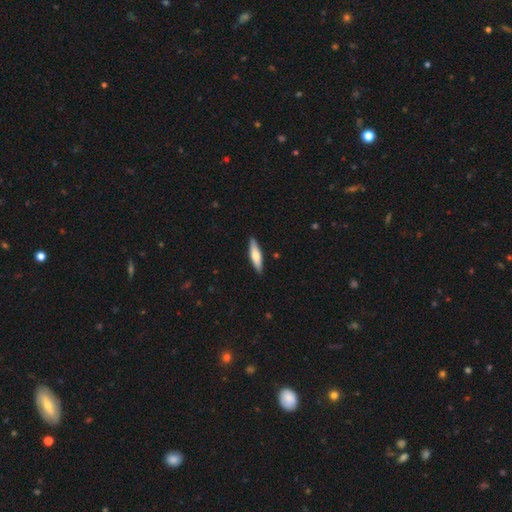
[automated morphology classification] The model was most divided on "smooth or featured": smooth: 59%, featured or disk: 36%, star or artifact: 5%. More confident: merging — none (89%); how rounded — cigar-shaped (74%).